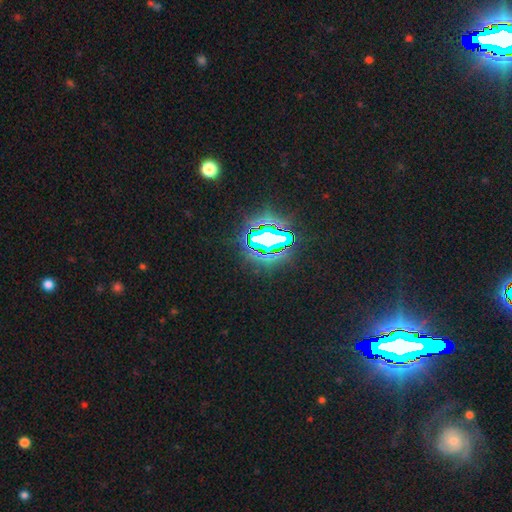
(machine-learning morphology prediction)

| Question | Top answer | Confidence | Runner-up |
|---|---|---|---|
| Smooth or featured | star or artifact | 82% | smooth (10%) |